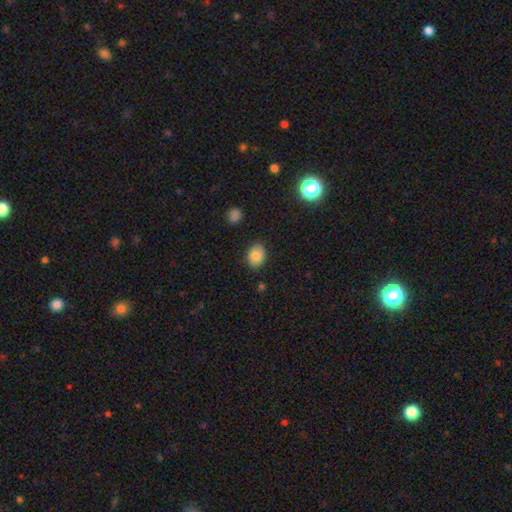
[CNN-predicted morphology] smooth 83%, star or artifact 9%, featured or disk 8%. Down the decision tree: how rounded — in between (66%); merging — none (85%).